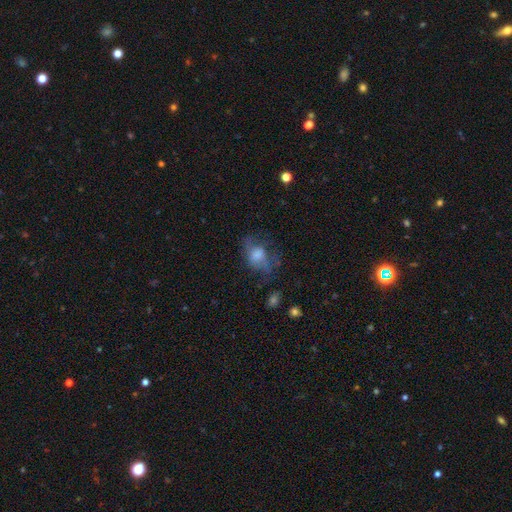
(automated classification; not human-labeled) The model was most divided on "smooth or featured": featured or disk: 42%, smooth: 41%, star or artifact: 17%. More confident: merging — none (50%).